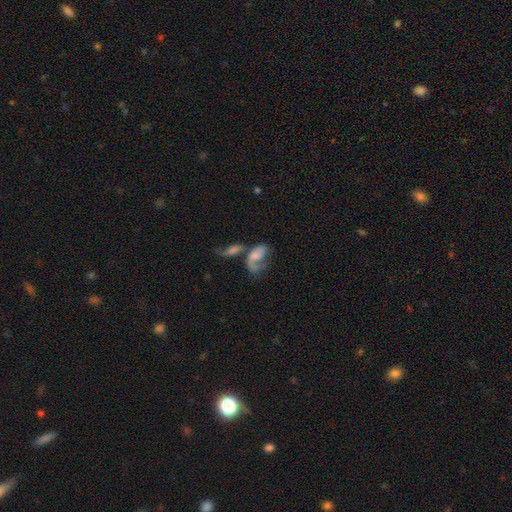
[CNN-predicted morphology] smooth_or_featured: featured or disk (p=0.52) [alt: smooth p=0.39]
disk_edge_on: no (p=0.95) [alt: yes p=0.05]
merging: merger (p=0.52) [alt: major disturbance p=0.22]